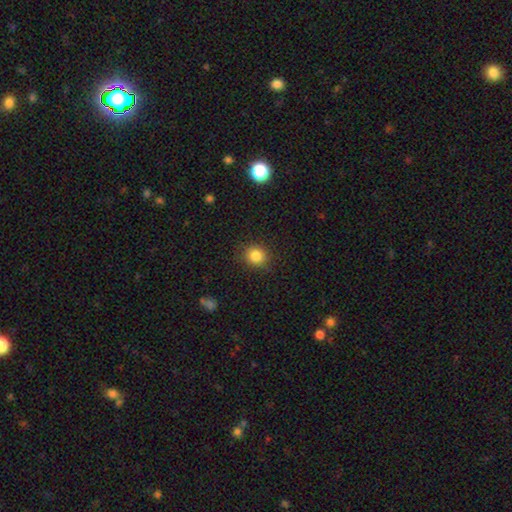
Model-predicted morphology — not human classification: The model was most divided on "how rounded": round: 84%, in between: 15%, cigar-shaped: 1%. More confident: merging — none (87%); smooth or featured — smooth (84%).